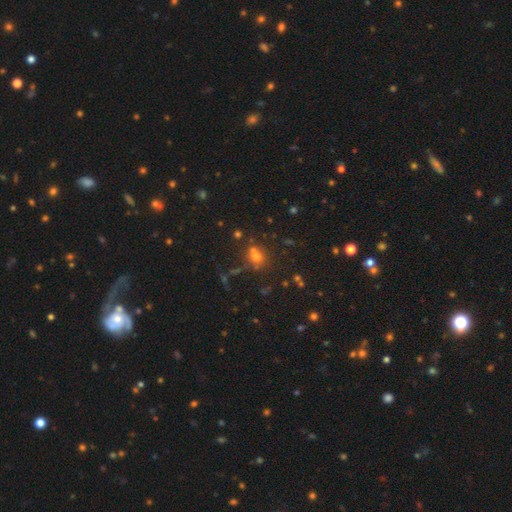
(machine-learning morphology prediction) smooth 57%, star or artifact 32%, featured or disk 11%. Down the decision tree: how rounded — round (55%); merging — none (60%).